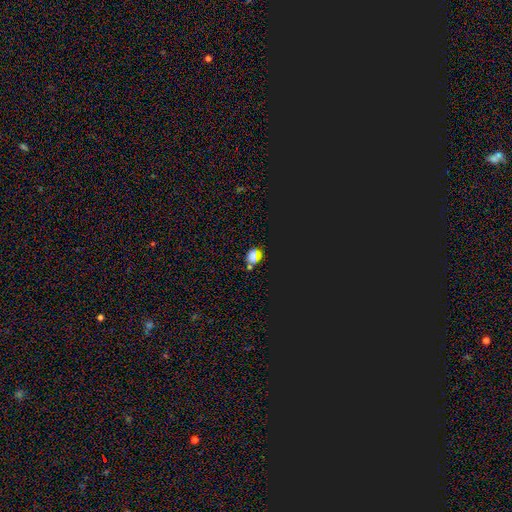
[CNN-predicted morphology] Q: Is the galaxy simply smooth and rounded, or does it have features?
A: star or artifact — 54%.